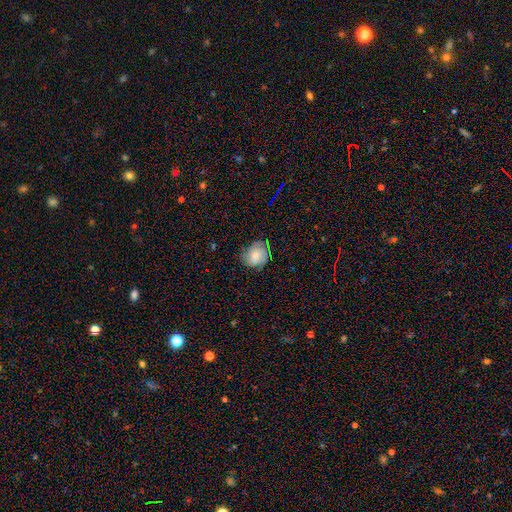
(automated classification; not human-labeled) Smooth or featured? featured or disk (49%)
Merging? none (68%)